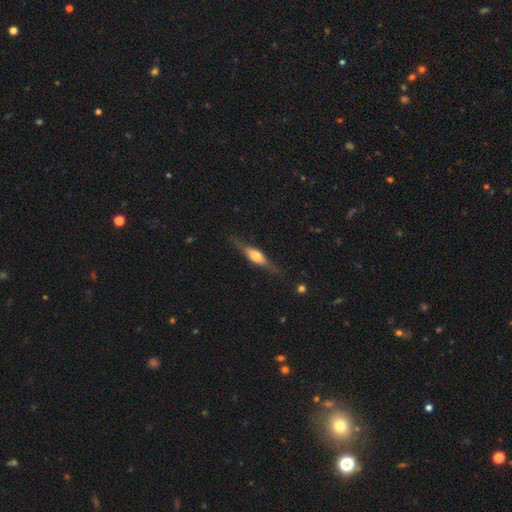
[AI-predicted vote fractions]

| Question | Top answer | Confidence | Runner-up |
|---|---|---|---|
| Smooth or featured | featured or disk | 62% | smooth (32%) |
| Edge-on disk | yes | 93% | no (7%) |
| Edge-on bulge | rounded | 85% | boxy (12%) |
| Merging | none | 81% | minor disturbance (14%) |